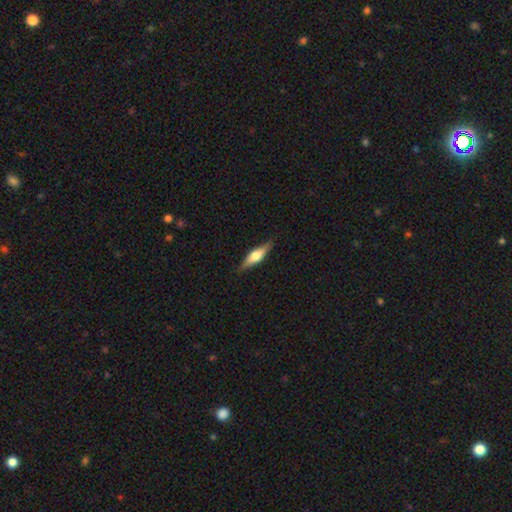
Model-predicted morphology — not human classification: Smooth or featured? featured or disk (53%)
Edge-on disk? yes (93%)
Merging? none (87%)